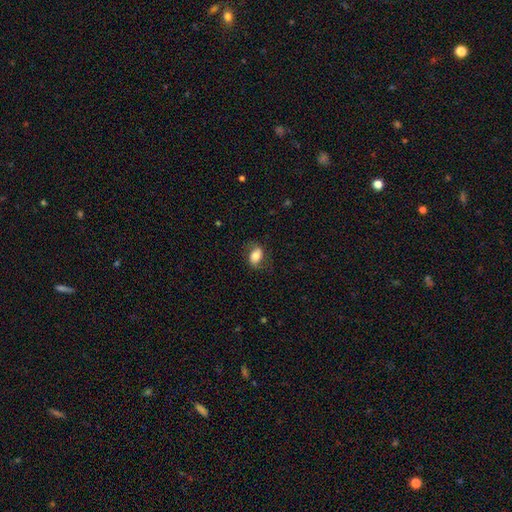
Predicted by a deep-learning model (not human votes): Q: Smooth or featured?
A: smooth (68%); runner-up: featured or disk (24%)
Q: How rounded?
A: in between (82%); runner-up: round (16%)
Q: Merging?
A: none (69%); runner-up: minor disturbance (20%)